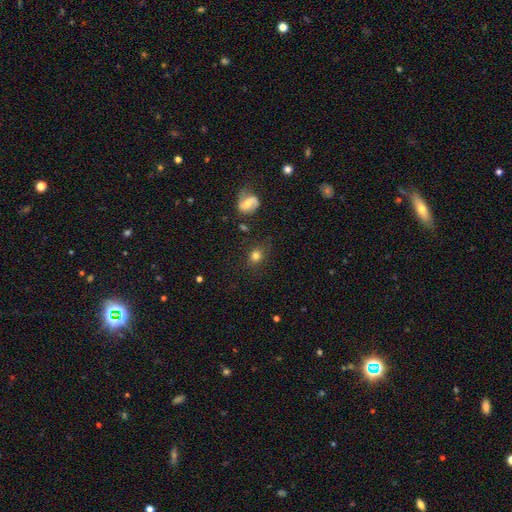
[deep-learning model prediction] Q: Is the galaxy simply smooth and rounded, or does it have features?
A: smooth — 76%.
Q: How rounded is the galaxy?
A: round — 68%.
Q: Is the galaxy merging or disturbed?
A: none — 77%.